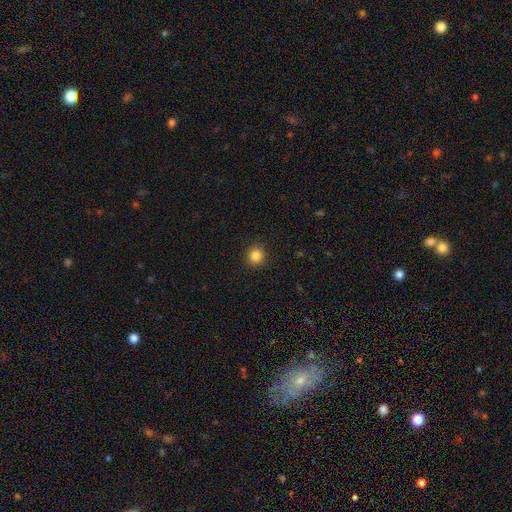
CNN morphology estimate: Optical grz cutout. It shows a smooth galaxy with no disk features (85%) that is round (89%). Merging: none (92%).